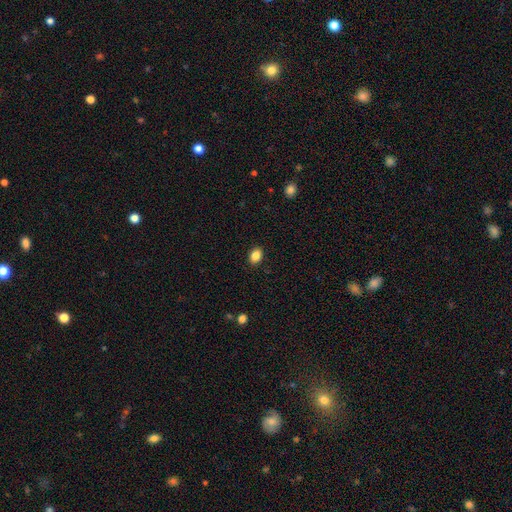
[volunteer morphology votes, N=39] A smooth galaxy with no disk features (90%) that is in between round and cigar-shaped (69%).

Vote fractions:
- Smooth or featured? smooth: 90% / featured or disk: 5% / star or artifact: 5%
- How rounded? in between: 69% / round: 29% / cigar-shaped: 3%
- Merging? none: 84% / minor disturbance: 8% / major disturbance: 8% / merger: 0%